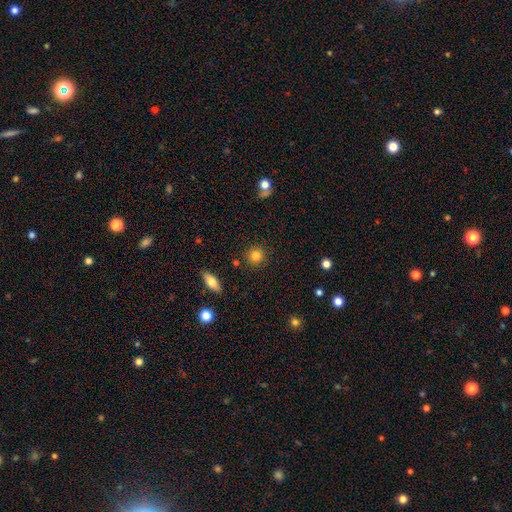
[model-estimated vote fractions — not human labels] Smooth or featured?
  - smooth: 84% *
  - star or artifact: 10%
  - featured or disk: 5%
How rounded?
  - round: 89% *
  - in between: 10%
  - cigar-shaped: 1%
Merging?
  - none: 87% *
  - minor disturbance: 8%
  - merger: 3%
  - major disturbance: 3%